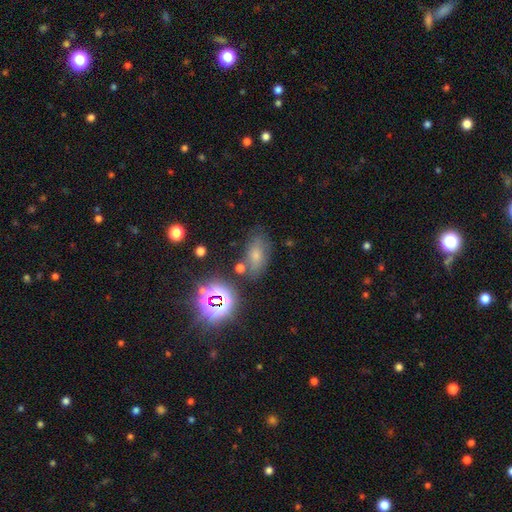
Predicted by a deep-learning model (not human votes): smooth 61%, star or artifact 22%, featured or disk 17%. Down the decision tree: how rounded — in between (84%); merging — none (63%).